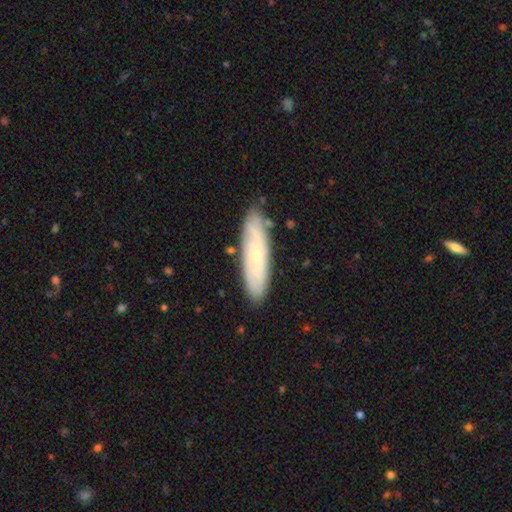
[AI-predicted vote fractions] Smooth or featured?
  - smooth: 52% *
  - featured or disk: 41%
  - star or artifact: 7%
How rounded?
  - cigar-shaped: 68% *
  - in between: 30%
  - round: 2%
Merging?
  - none: 84% *
  - minor disturbance: 12%
  - merger: 2%
  - major disturbance: 2%